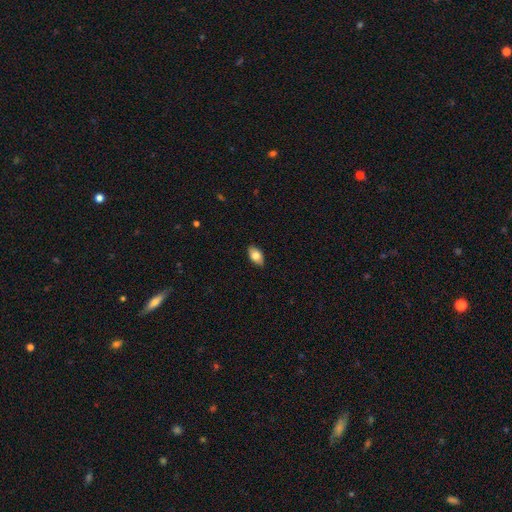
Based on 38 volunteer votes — A smooth galaxy with no disk features (82%) that is in between round and cigar-shaped (94%).

Vote fractions:
- Smooth or featured? smooth: 82% / featured or disk: 16% / star or artifact: 3%
- How rounded? in between: 94% / round: 6% / cigar-shaped: 0%
- Merging? none: 76% / minor disturbance: 22% / major disturbance: 3% / merger: 0%